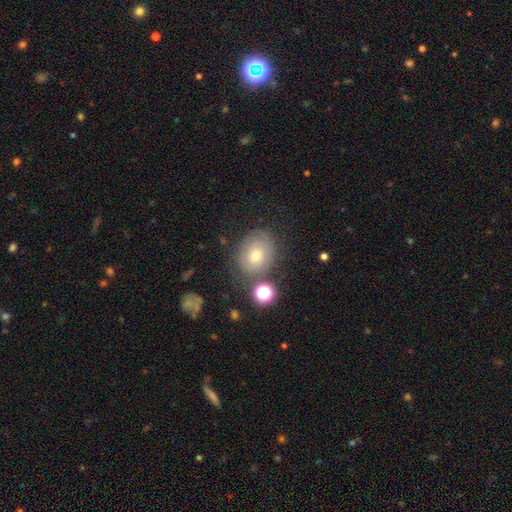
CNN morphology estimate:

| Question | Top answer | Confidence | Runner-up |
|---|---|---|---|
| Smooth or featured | smooth | 44% | featured or disk (42%) |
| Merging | none | 70% | minor disturbance (17%) |